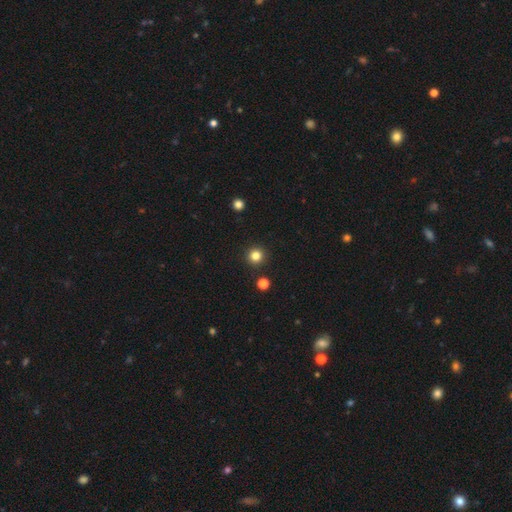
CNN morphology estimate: Smooth or featured? smooth (82%)
How rounded? round (95%)
Merging? none (92%)